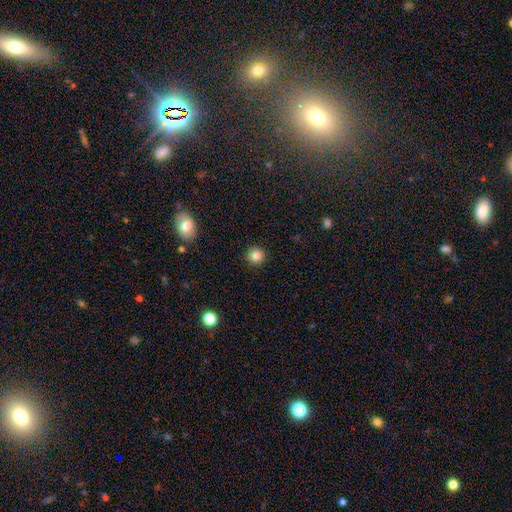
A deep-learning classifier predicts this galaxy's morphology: Smooth or featured: smooth — 84% (star or artifact — 11%)
How rounded: round — 95% (in between — 4%)
Merging: none — 93% (minor disturbance — 5%)